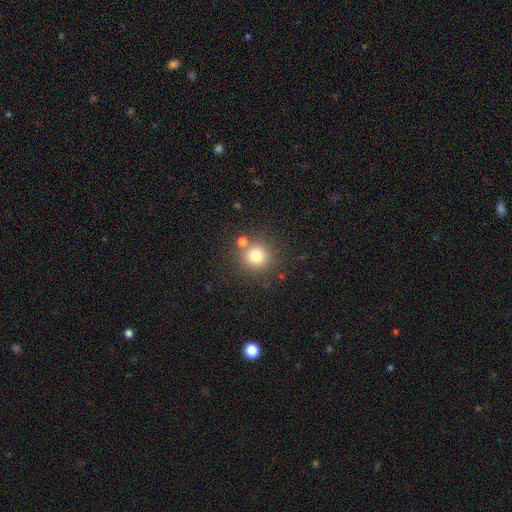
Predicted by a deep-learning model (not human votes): This is likely a smooth galaxy (77%). How rounded: clearly round (93%). Merging: likely none (76%).